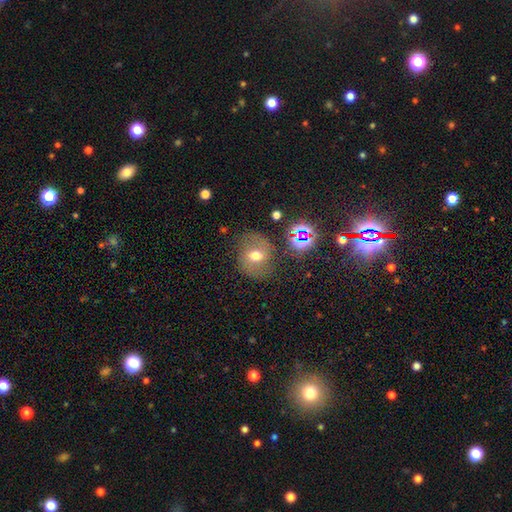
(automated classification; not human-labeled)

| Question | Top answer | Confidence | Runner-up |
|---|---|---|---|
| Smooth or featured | smooth | 49% | featured or disk (35%) |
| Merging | none | 76% | minor disturbance (15%) |